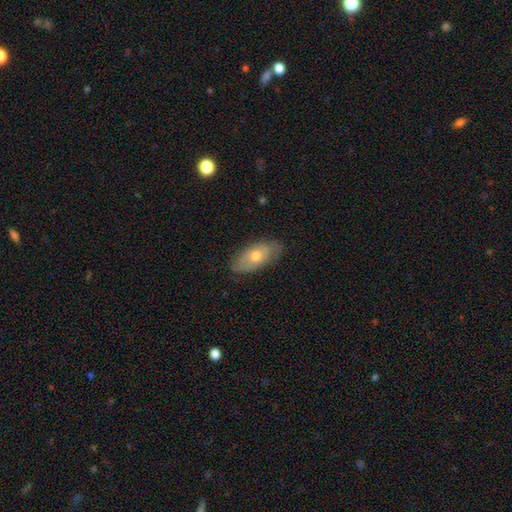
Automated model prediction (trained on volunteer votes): Smooth or featured? Predicted: smooth (p=0.60). How rounded? Predicted: in between (p=0.89). Merging? Predicted: none (p=0.81).